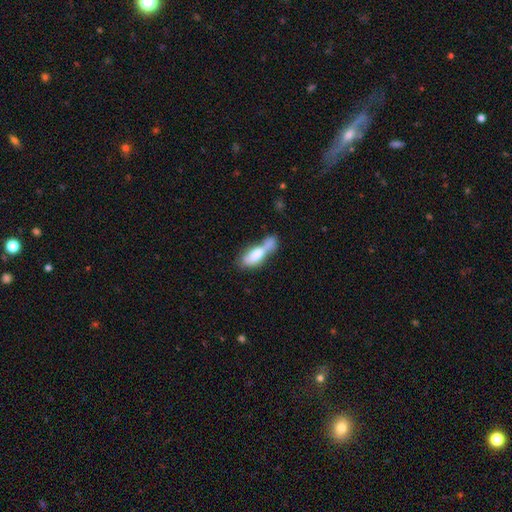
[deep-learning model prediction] smooth 67%, featured or disk 26%, star or artifact 8%. Down the decision tree: how rounded — in between (63%); merging — merger (49%).